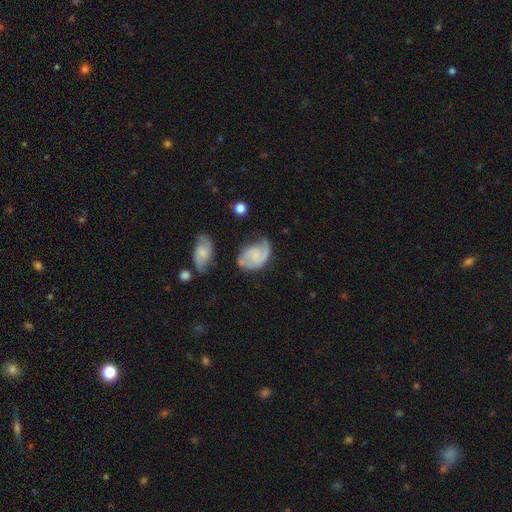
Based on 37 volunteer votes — Smooth or featured?
  - featured or disk: 73% *
  - smooth: 24%
  - star or artifact: 3%
Edge-on disk?
  - no: 100% *
  - yes: 0%
Bar?
  - no: 52% *
  - weak: 33%
  - strong: 15%
Spiral arms?
  - yes: 100% *
  - no: 0%
Spiral winding?
  - medium: 52% *
  - tight: 30%
  - loose: 19%
Spiral arm count?
  - 2: 63% *
  - can't tell: 22%
  - 1: 7%
  - 3: 7%
  - 4: 0%
  - more than 4: 0%
Bulge size?
  - none: 48% *
  - small: 33%
  - moderate: 19%
  - dominant: 0%
  - large: 0%
Merging?
  - none: 56% *
  - minor disturbance: 39%
  - major disturbance: 3%
  - merger: 3%